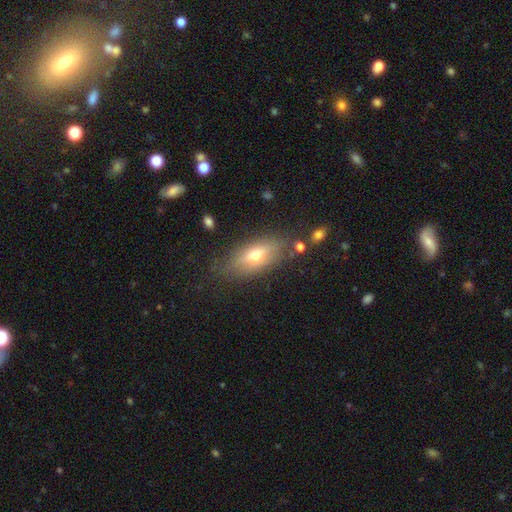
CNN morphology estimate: Smooth or featured?
  - smooth: 58% *
  - featured or disk: 33%
  - star or artifact: 9%
How rounded?
  - in between: 76% *
  - cigar-shaped: 18%
  - round: 6%
Merging?
  - none: 76% *
  - minor disturbance: 16%
  - major disturbance: 5%
  - merger: 3%